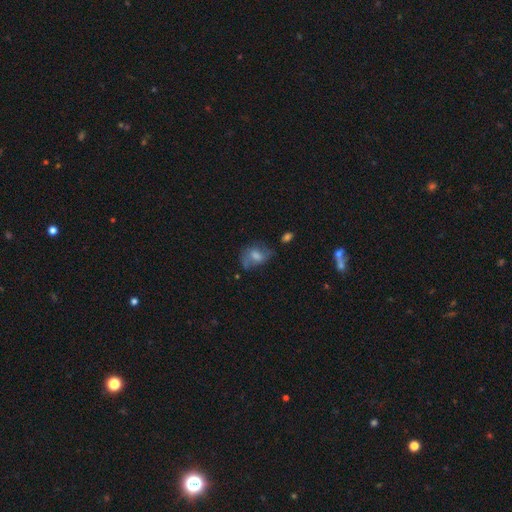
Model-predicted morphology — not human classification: This is possibly a smooth galaxy (54%). How rounded: likely in between (71%). Merging: marginally none (43%).